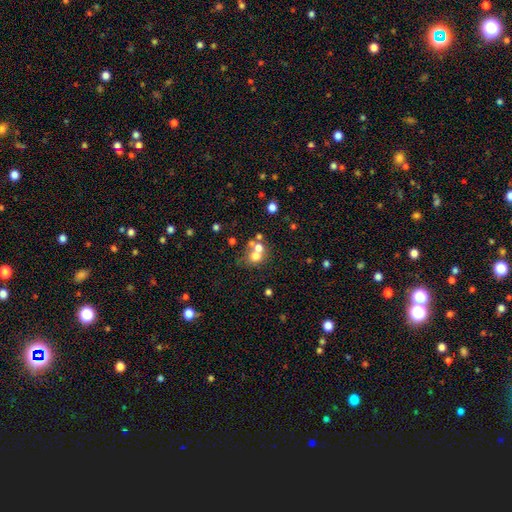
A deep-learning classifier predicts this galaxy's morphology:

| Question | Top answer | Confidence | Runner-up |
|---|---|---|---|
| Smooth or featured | smooth | 61% | featured or disk (23%) |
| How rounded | round | 74% | in between (25%) |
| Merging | merger | 49% | none (36%) |